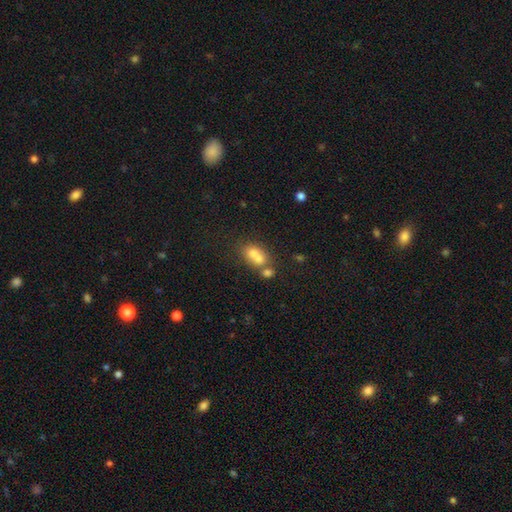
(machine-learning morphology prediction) smooth-or-featured: smooth: 70% | featured or disk: 19% | star or artifact: 12%
  how-rounded: in between: 66% | round: 31% | cigar-shaped: 2%
  merging: merger: 58% | none: 28% | minor disturbance: 9% | major disturbance: 5%